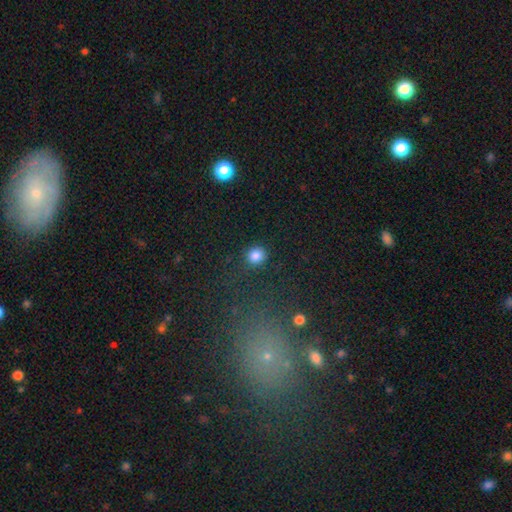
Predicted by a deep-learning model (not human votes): smooth-or-featured: smooth: 84% | star or artifact: 12% | featured or disk: 4%
  how-rounded: round: 86% | in between: 12% | cigar-shaped: 1%
  merging: none: 86% | minor disturbance: 9% | major disturbance: 3% | merger: 2%